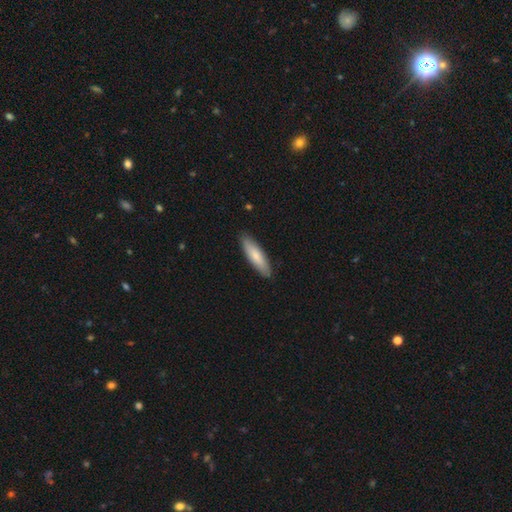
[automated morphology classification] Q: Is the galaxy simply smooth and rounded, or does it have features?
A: smooth — 77%.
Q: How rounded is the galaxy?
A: cigar-shaped — 65%.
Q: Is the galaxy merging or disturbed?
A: none — 89%.